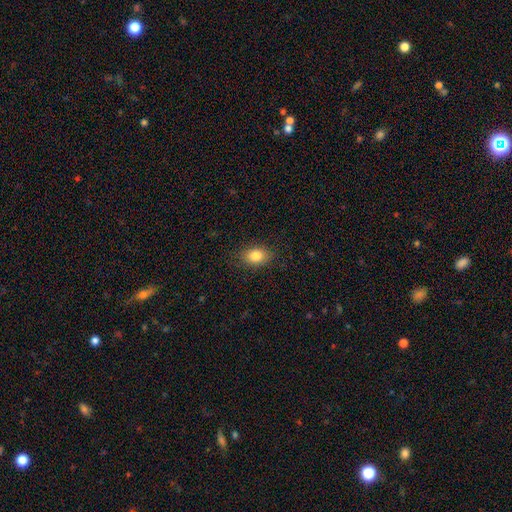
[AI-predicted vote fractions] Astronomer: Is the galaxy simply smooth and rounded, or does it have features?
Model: smooth — 83%.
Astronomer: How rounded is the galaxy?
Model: in between — 76%.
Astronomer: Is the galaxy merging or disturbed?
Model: none — 87%.